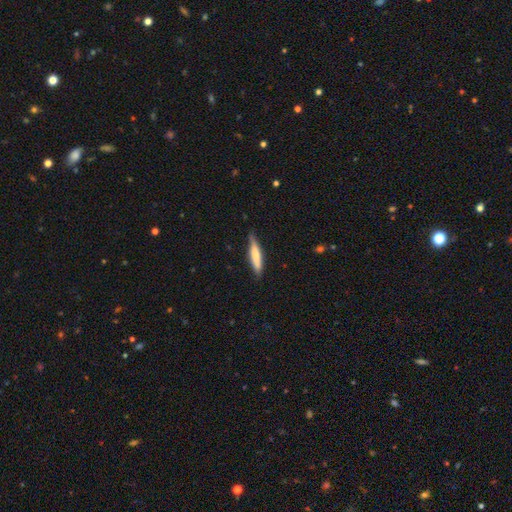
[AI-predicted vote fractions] Smooth or featured?
  - smooth: 64% *
  - featured or disk: 30%
  - star or artifact: 6%
How rounded?
  - cigar-shaped: 85% *
  - in between: 14%
  - round: 1%
Merging?
  - none: 79% *
  - minor disturbance: 18%
  - major disturbance: 3%
  - merger: 1%